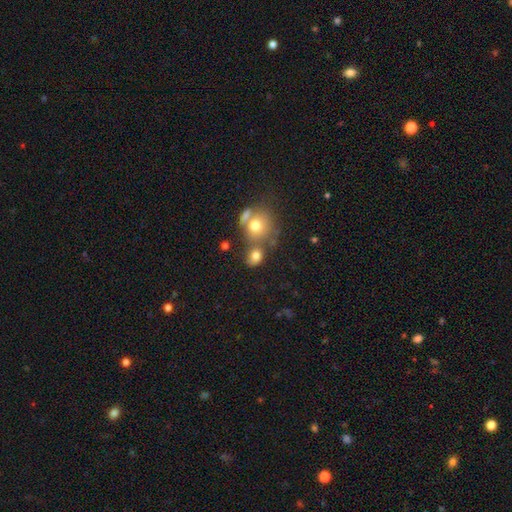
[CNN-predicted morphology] A smooth galaxy with no disk features (75%) that is round (53%). Merging: none (48%).